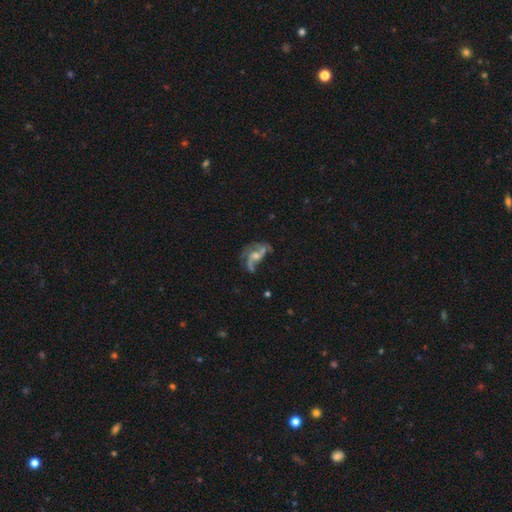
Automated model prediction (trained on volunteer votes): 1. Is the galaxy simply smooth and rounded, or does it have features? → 77% featured or disk, 11% smooth, 11% star or artifact.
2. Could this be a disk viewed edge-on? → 96% no, 4% yes.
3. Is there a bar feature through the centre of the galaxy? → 59% no, 32% weak, 9% strong.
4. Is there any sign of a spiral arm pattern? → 86% yes, 14% no.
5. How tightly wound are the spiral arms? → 53% loose, 36% medium, 11% tight.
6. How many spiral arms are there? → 53% 2, 17% 3, 12% can't tell, 11% 1, 4% 4, 3% more than 4.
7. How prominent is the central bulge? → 48% moderate, 40% small, 7% none, 4% large, 1% dominant.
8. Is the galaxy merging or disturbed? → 40% none, 33% major disturbance, 18% minor disturbance, 9% merger.